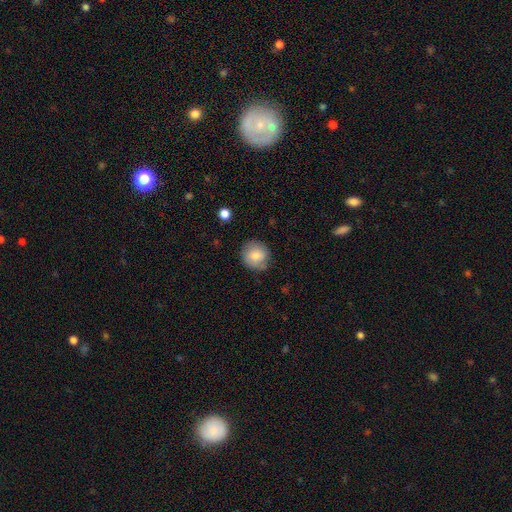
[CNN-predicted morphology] Smooth or featured?
  - smooth: 78% *
  - featured or disk: 15%
  - star or artifact: 8%
How rounded?
  - round: 90% *
  - in between: 9%
  - cigar-shaped: 1%
Merging?
  - none: 80% *
  - minor disturbance: 15%
  - major disturbance: 3%
  - merger: 1%